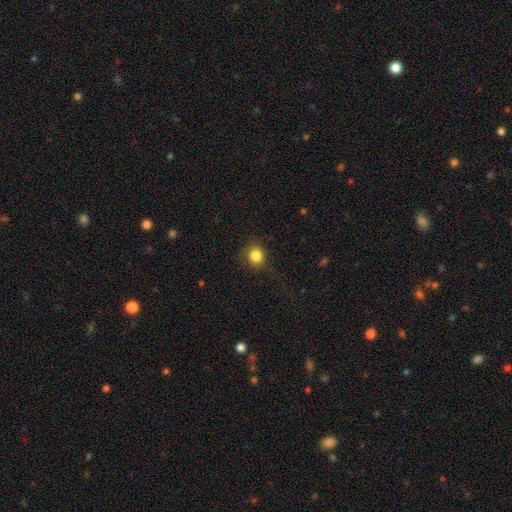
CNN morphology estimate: smooth-or-featured: smooth: 84% | star or artifact: 11% | featured or disk: 5%
  how-rounded: round: 84% | in between: 15% | cigar-shaped: 1%
  merging: none: 82% | minor disturbance: 12% | major disturbance: 5% | merger: 1%